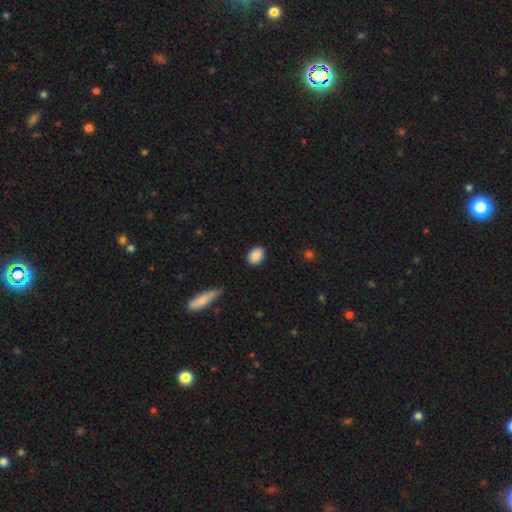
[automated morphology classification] This is clearly a smooth galaxy (89%). How rounded: likely in between (71%). Merging: clearly none (87%).